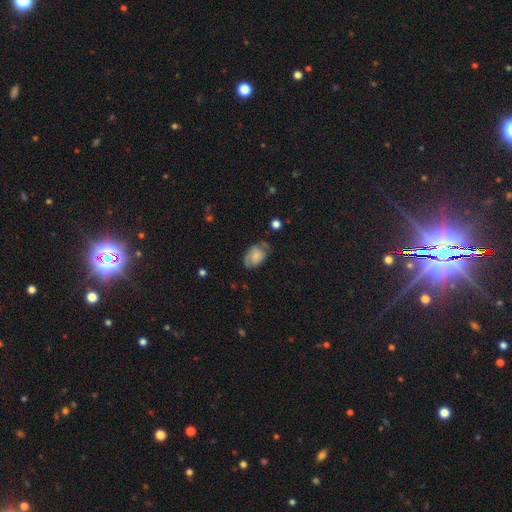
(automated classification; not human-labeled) A smooth galaxy with no disk features (57%) that is in between round and cigar-shaped (85%). Merging: none (53%).